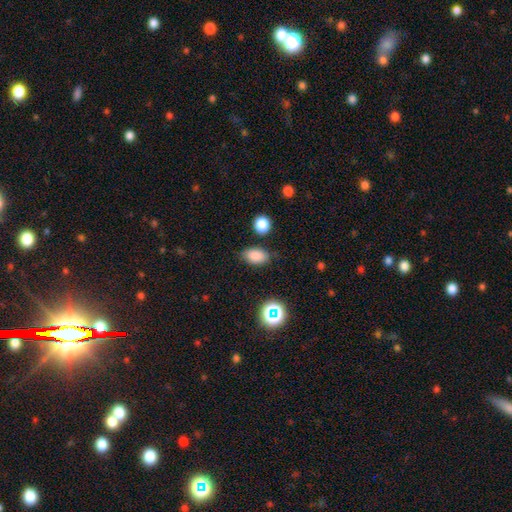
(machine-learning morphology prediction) type=smooth (83%); roundness=in between (87%); merging=none (79%).